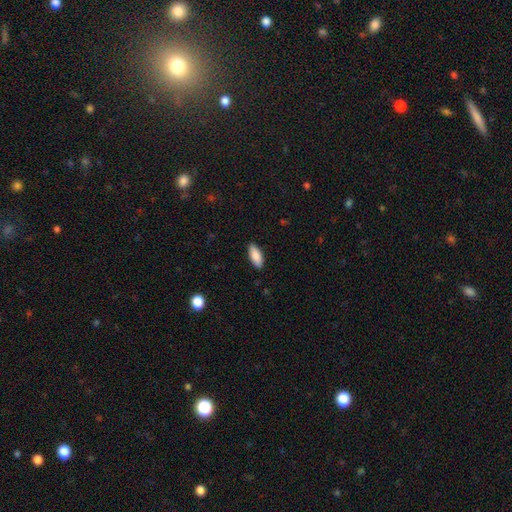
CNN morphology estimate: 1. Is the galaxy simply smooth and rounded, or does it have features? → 88% smooth, 6% star or artifact, 6% featured or disk.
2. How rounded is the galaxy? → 81% in between, 18% cigar-shaped, 2% round.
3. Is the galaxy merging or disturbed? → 89% none, 8% minor disturbance, 2% major disturbance, 1% merger.